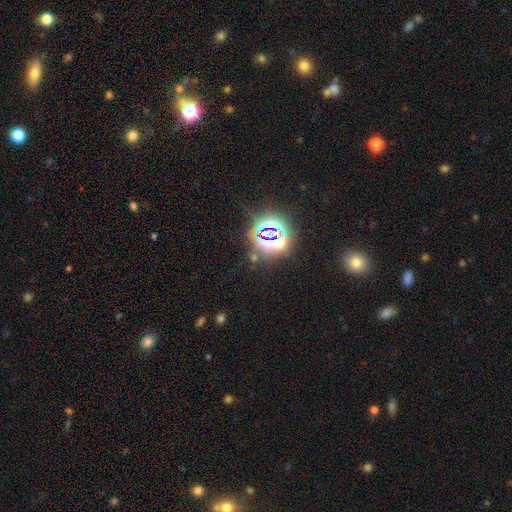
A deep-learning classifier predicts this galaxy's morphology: Smooth or featured?
  - star or artifact: 79% *
  - smooth: 13%
  - featured or disk: 8%